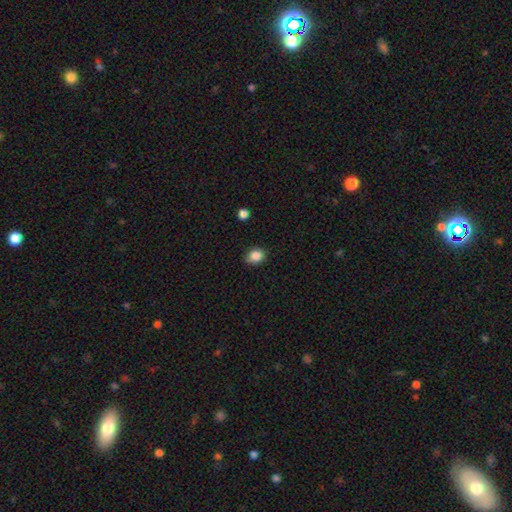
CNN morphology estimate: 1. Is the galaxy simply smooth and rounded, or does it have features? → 86% smooth, 9% star or artifact, 5% featured or disk.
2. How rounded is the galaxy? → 50% round, 49% in between, 1% cigar-shaped.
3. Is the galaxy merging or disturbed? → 85% none, 11% minor disturbance, 2% major disturbance, 1% merger.